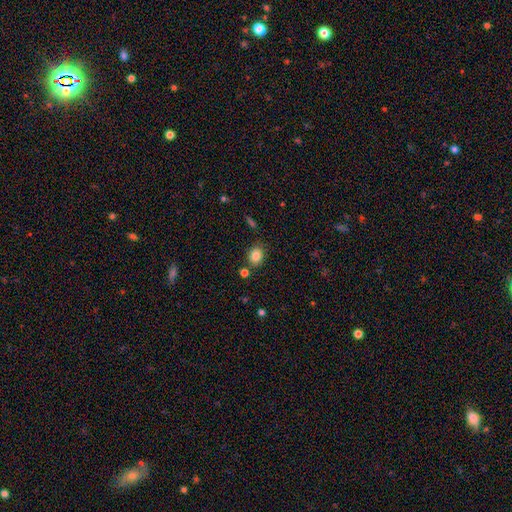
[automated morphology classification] Smooth or featured? smooth (84%)
How rounded? round (55%)
Merging? none (80%)